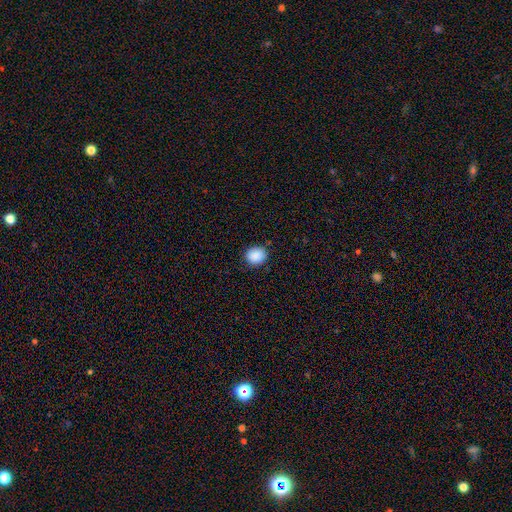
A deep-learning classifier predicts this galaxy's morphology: This is clearly a smooth galaxy (89%). How rounded: likely round (68%). Merging: clearly none (86%).